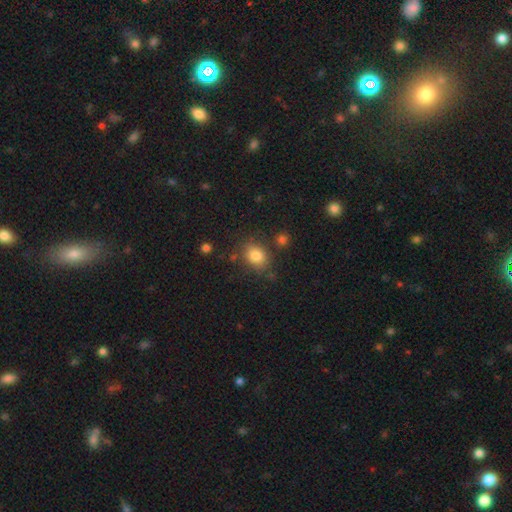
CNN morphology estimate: Smooth or featured?
  - smooth: 82% *
  - star or artifact: 10%
  - featured or disk: 8%
How rounded?
  - in between: 58% *
  - round: 41%
  - cigar-shaped: 1%
Merging?
  - none: 75% *
  - minor disturbance: 14%
  - merger: 6%
  - major disturbance: 5%